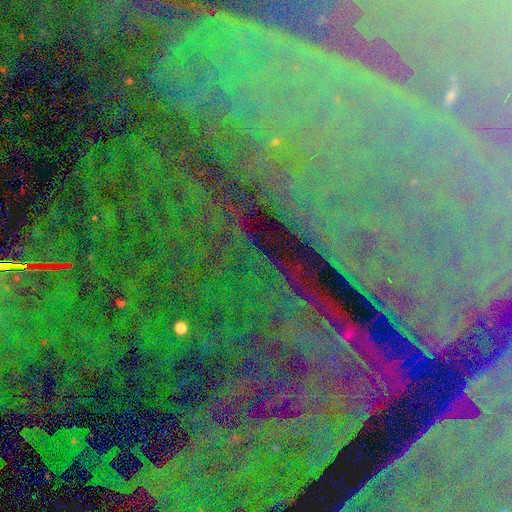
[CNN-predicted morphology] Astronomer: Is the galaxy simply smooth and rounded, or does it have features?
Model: star or artifact — 84%.